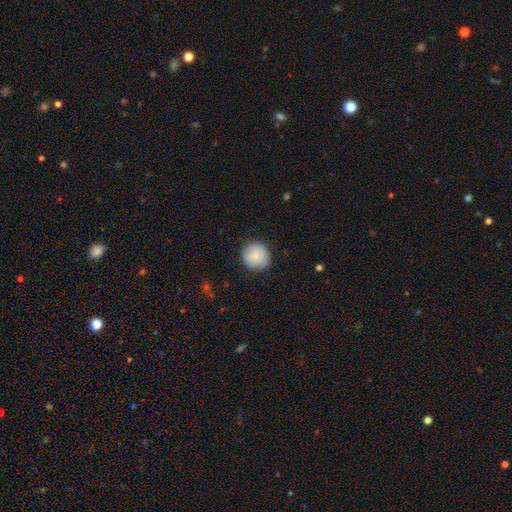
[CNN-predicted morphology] smooth_or_featured: smooth (p=0.82) [alt: featured or disk p=0.11]
how_rounded: round (p=0.92) [alt: in between p=0.07]
merging: none (p=0.82) [alt: minor disturbance p=0.14]